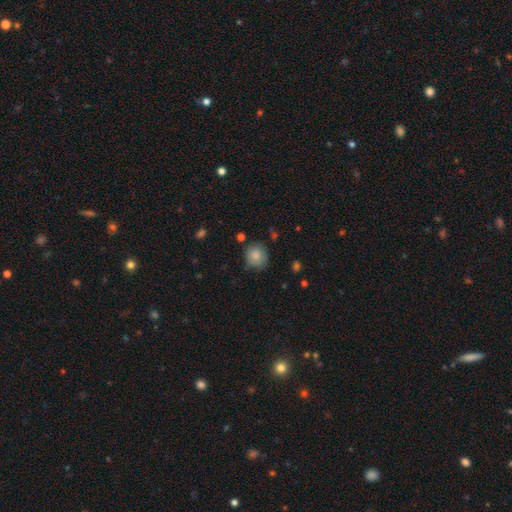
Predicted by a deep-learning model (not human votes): Q: Smooth or featured?
A: smooth (83%); runner-up: featured or disk (9%)
Q: How rounded?
A: round (79%); runner-up: in between (20%)
Q: Merging?
A: none (71%); runner-up: minor disturbance (21%)